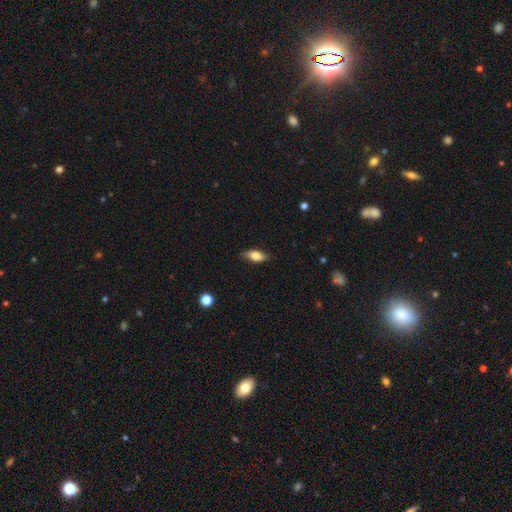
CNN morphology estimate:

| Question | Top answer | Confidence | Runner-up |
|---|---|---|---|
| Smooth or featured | smooth | 73% | featured or disk (20%) |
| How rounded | in between | 80% | cigar-shaped (16%) |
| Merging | none | 79% | minor disturbance (17%) |